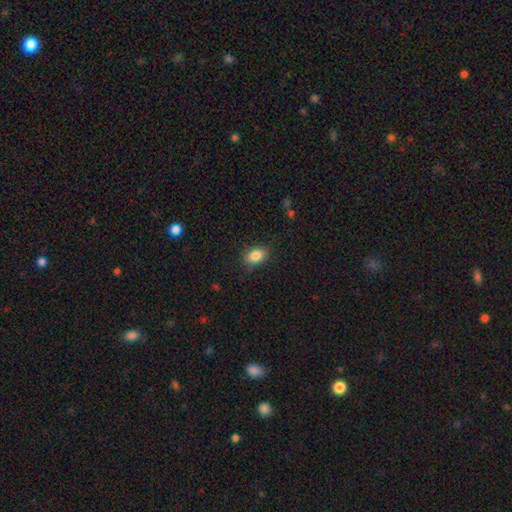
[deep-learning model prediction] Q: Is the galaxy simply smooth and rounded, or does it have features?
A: smooth — 85%.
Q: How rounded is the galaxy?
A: in between — 83%.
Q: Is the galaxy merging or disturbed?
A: none — 82%.